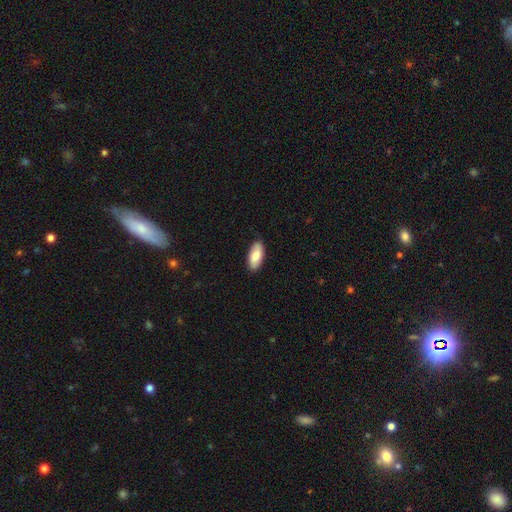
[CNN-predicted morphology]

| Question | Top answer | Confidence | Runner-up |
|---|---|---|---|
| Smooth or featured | smooth | 81% | featured or disk (14%) |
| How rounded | in between | 90% | cigar-shaped (8%) |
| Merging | none | 86% | minor disturbance (11%) |